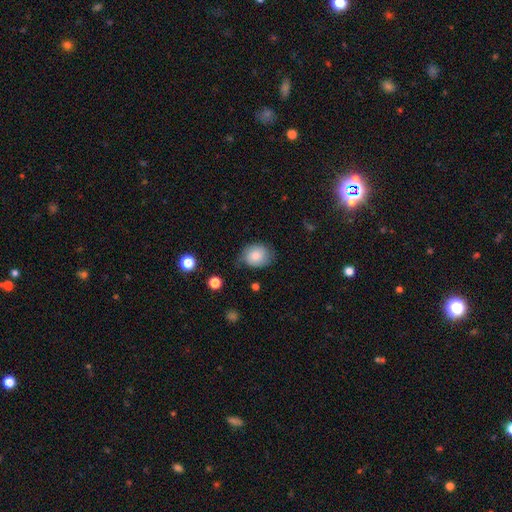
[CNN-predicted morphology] smooth_or_featured: smooth (p=0.70) [alt: featured or disk p=0.22]
how_rounded: in between (p=0.52) [alt: round p=0.47]
merging: none (p=0.61) [alt: minor disturbance p=0.29]